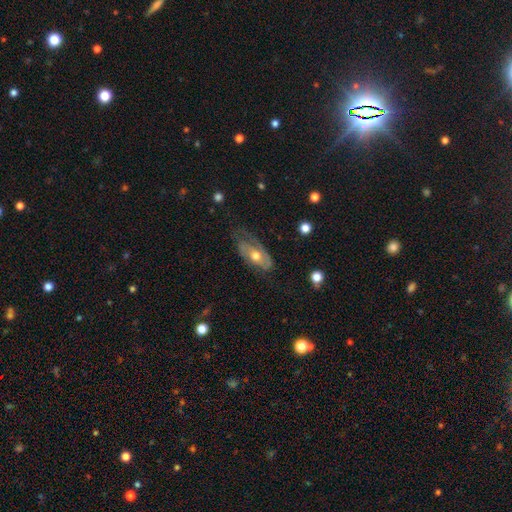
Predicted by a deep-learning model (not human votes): smooth-or-featured: featured or disk: 65% | smooth: 29% | star or artifact: 7%
  disk-edge-on: no: 87% | yes: 13%
    bar: no: 76% | weak: 19% | strong: 5%
    has-spiral-arms: yes: 72% | no: 28%
    bulge-size: moderate: 71% | small: 21% | large: 6% | none: 1% | dominant: 1%
  merging: none: 53% | minor disturbance: 28% | major disturbance: 17% | merger: 2%